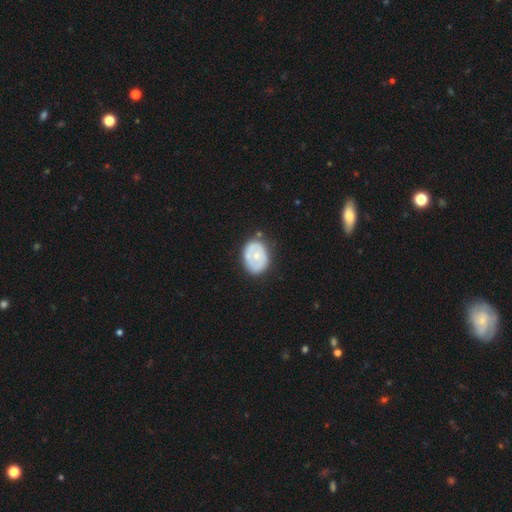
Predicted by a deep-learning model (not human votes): Overall: smooth (52%; featured or disk 43%). How rounded: in between (65%; round 34%). Merging: none (72%).